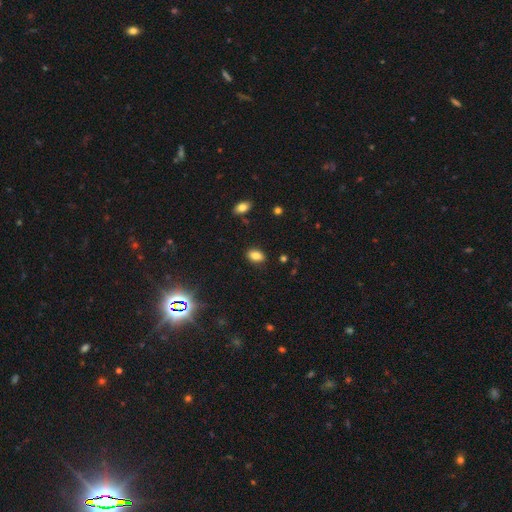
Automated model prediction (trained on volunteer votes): This is clearly a smooth galaxy (83%). How rounded: clearly in between (84%). Merging: clearly none (87%).